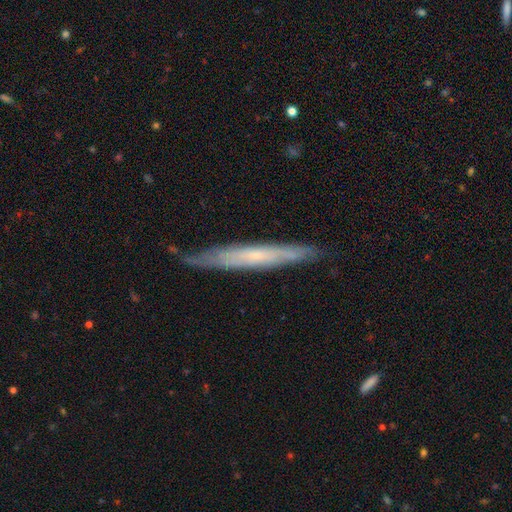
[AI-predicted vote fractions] A featured or disk galaxy (57%) viewed edge-on (85%).

Vote fractions:
- Smooth or featured? featured or disk: 57% / smooth: 38% / star or artifact: 6%
- Edge-on disk? yes: 85% / no: 15%
- Merging? none: 80% / minor disturbance: 16% / major disturbance: 3% / merger: 1%